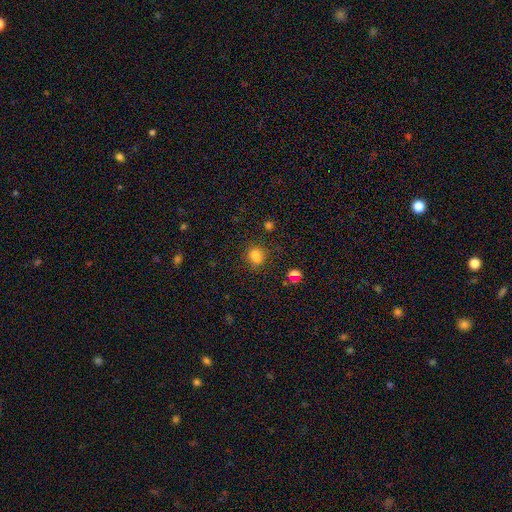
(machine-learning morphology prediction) The model was most divided on "how rounded": round: 57%, in between: 42%, cigar-shaped: 2%. More confident: smooth or featured — smooth (79%); merging — none (69%).